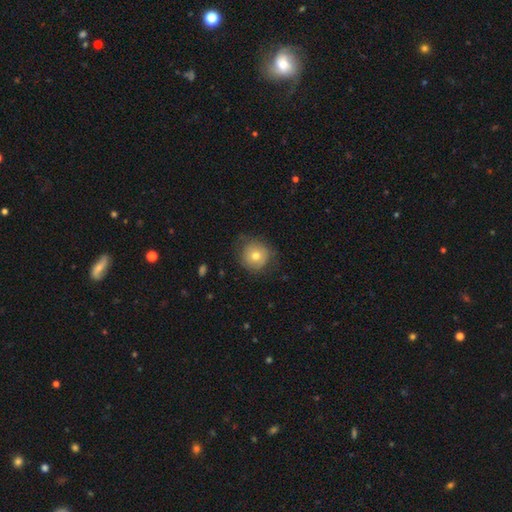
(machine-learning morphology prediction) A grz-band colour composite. It shows a smooth galaxy with no disk features (68%) that is round (91%). Merging: none (69%).